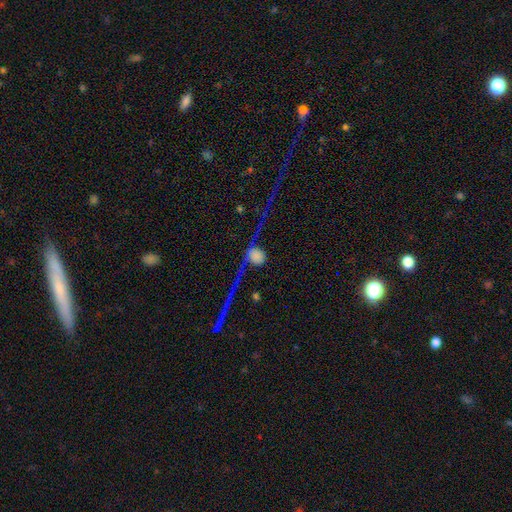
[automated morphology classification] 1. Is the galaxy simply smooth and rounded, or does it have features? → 54% smooth, 30% featured or disk, 15% star or artifact.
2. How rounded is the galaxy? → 77% round, 19% in between, 3% cigar-shaped.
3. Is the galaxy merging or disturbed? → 46% none, 27% major disturbance, 18% minor disturbance, 9% merger.